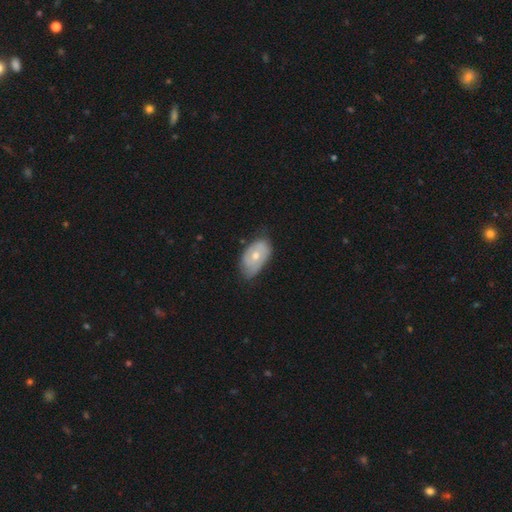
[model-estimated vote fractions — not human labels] smooth_or_featured: featured or disk (p=0.48) [alt: smooth p=0.46]
merging: none (p=0.59) [alt: minor disturbance p=0.33]